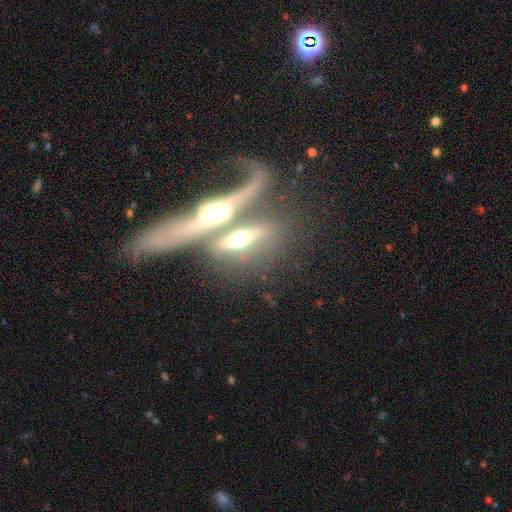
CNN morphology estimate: A featured or disk galaxy (72%) viewed edge-on (78%) with a rounded central bulge (89%). Merging: merger (53%).